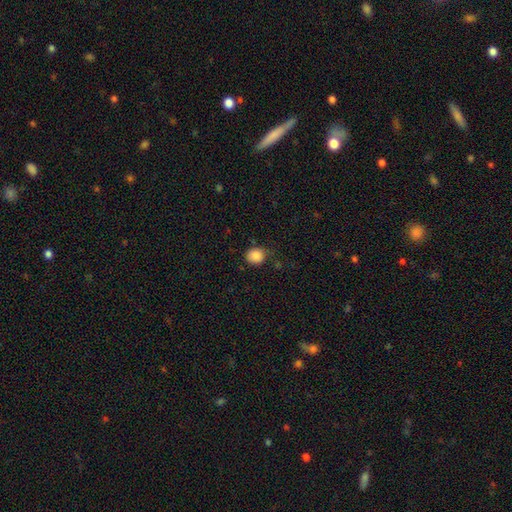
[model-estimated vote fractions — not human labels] The model was most divided on "how rounded": round: 71%, in between: 28%, cigar-shaped: 1%. More confident: smooth or featured — smooth (86%); merging — none (70%).